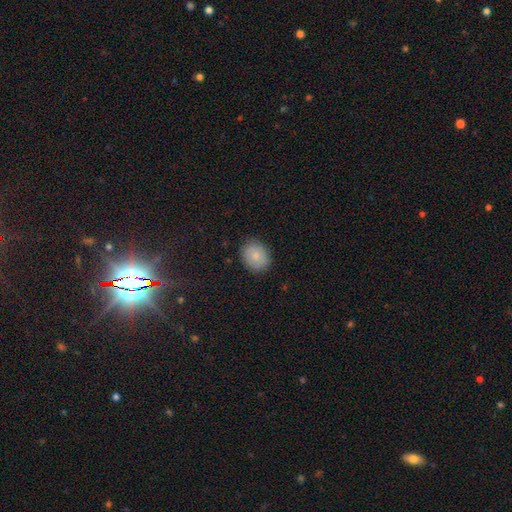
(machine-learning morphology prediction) A smooth galaxy with no disk features (79%) that is round (59%).

Vote fractions:
- Smooth or featured? smooth: 79% / featured or disk: 14% / star or artifact: 8%
- How rounded? round: 59% / in between: 40% / cigar-shaped: 1%
- Merging? none: 85% / minor disturbance: 11% / major disturbance: 3% / merger: 1%